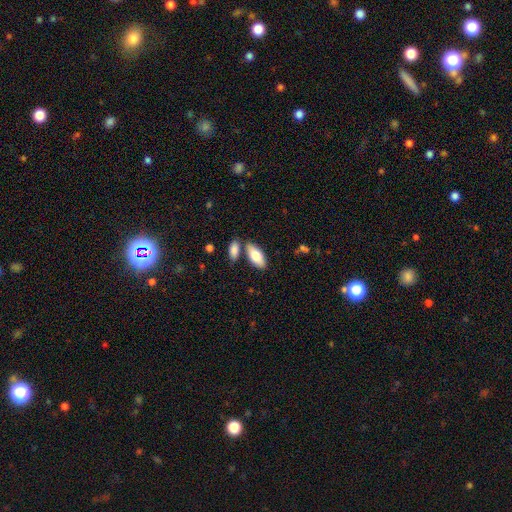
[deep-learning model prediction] Morphology: type=smooth (79%); roundness=in between (88%); merging=none (71%).